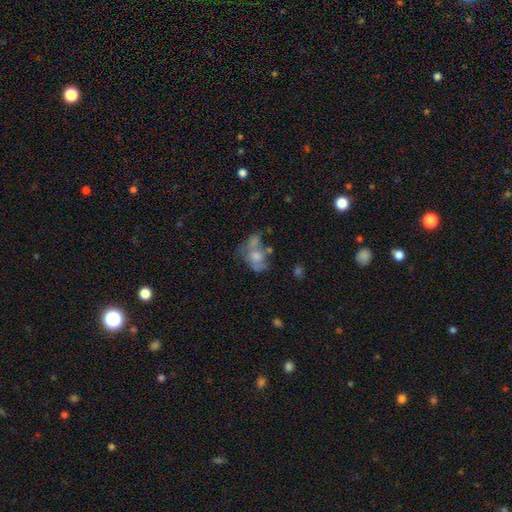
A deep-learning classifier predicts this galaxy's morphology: This is possibly a featured or disk galaxy (46%). Merging: marginally none (29%).